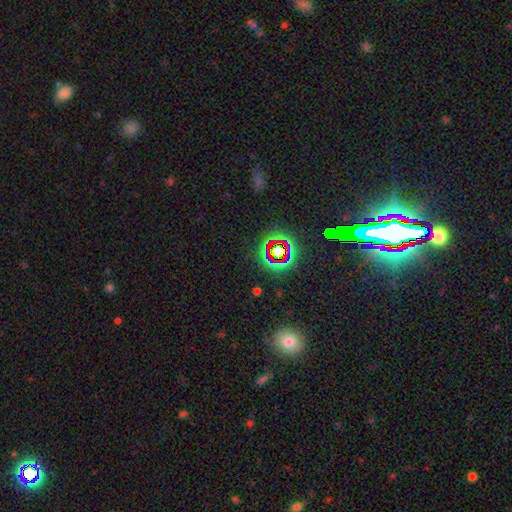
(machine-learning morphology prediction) This appears to be a star or artifact, not a galaxy (66%).